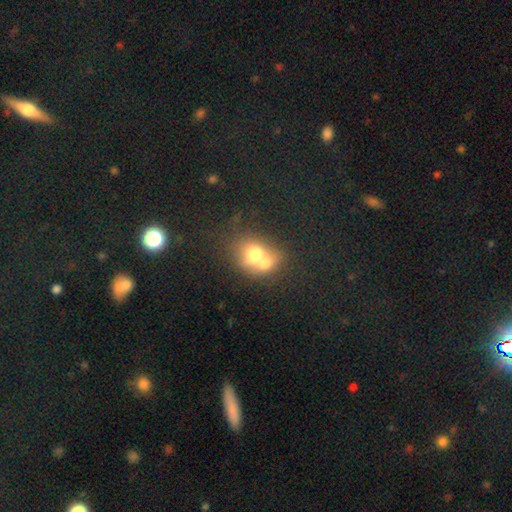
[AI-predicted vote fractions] smooth 65%, featured or disk 23%, star or artifact 12%. Down the decision tree: how rounded — round (60%); merging — merger (64%).